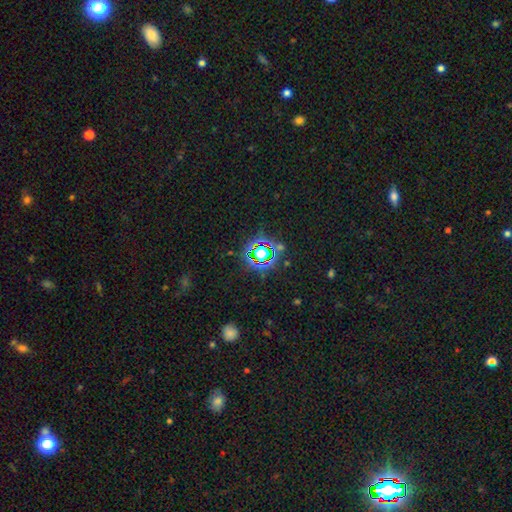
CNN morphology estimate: Smooth or featured?
  - star or artifact: 75% *
  - smooth: 16%
  - featured or disk: 9%